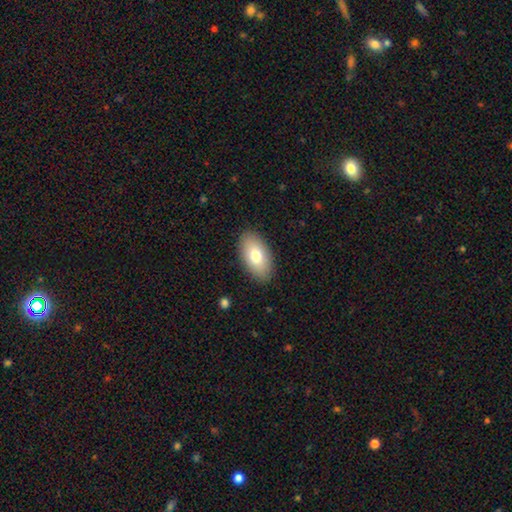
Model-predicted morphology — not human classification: Overall: smooth (75%). How rounded: in between (94%). Merging: none (88%).